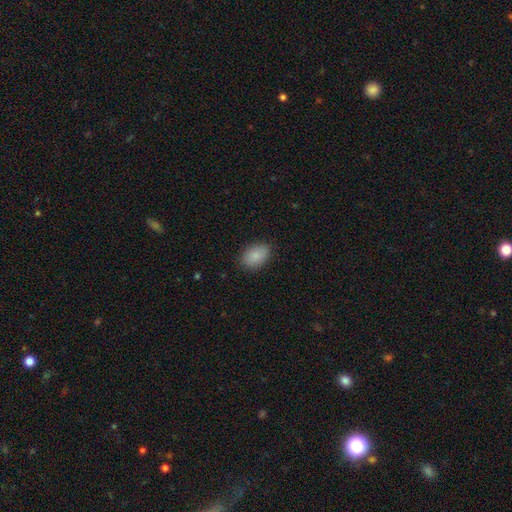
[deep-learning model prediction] Q: Smooth or featured?
A: smooth (88%); runner-up: star or artifact (7%)
Q: How rounded?
A: in between (86%); runner-up: round (12%)
Q: Merging?
A: none (86%); runner-up: minor disturbance (10%)